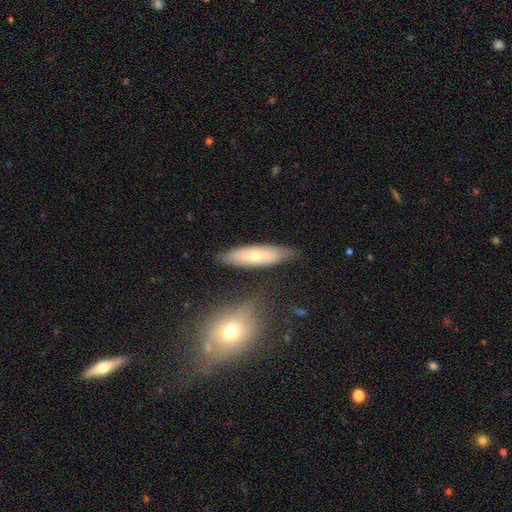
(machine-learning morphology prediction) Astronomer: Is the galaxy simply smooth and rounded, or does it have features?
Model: smooth — 56% (runner-up: featured or disk, 37%).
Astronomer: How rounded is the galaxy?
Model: cigar-shaped — 57% (runner-up: in between, 41%).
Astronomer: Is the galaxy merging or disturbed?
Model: none — 78%.